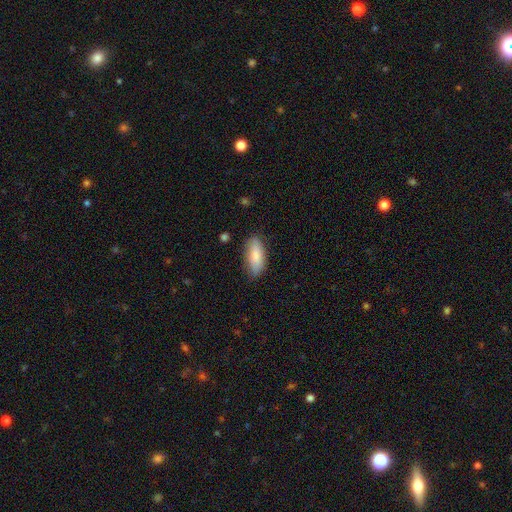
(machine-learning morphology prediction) smooth-or-featured: smooth: 84% | featured or disk: 11% | star or artifact: 6%
  how-rounded: in between: 79% | cigar-shaped: 19% | round: 2%
  merging: none: 82% | minor disturbance: 14% | major disturbance: 3% | merger: 1%